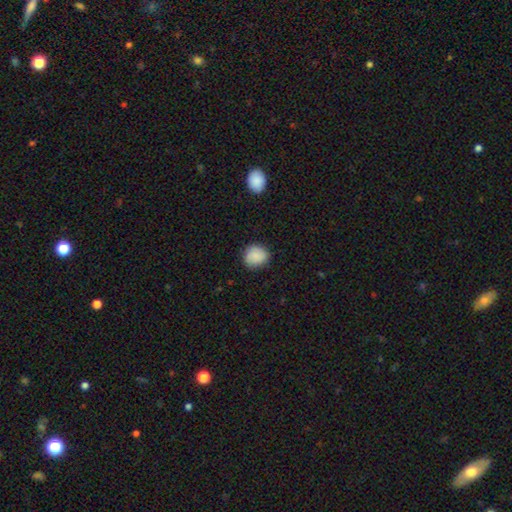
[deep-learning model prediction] Smooth or featured? Predicted: smooth (p=0.86). How rounded? Predicted: round (p=0.80). Merging? Predicted: none (p=0.82).